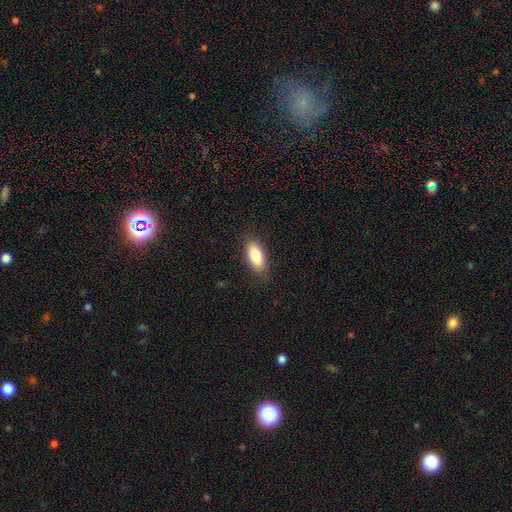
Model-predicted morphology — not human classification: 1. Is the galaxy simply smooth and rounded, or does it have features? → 85% smooth, 9% featured or disk, 6% star or artifact.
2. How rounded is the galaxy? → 82% in between, 16% cigar-shaped, 2% round.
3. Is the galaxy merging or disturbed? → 86% none, 11% minor disturbance, 3% major disturbance, 1% merger.